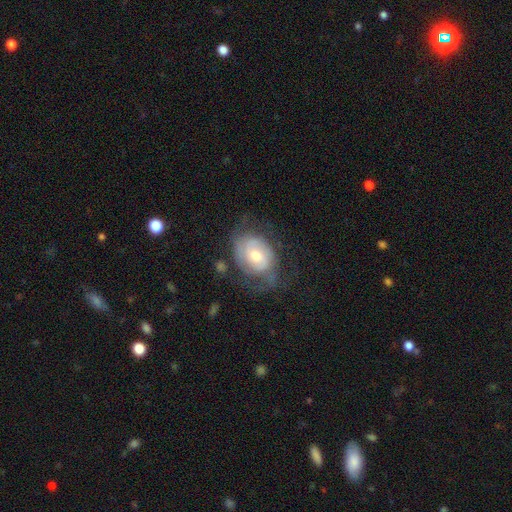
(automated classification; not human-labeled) Morphology: type=featured or disk (67%); edge-on=no (96%); bar=no (60%); spiral arms=yes (81%); winding=tight (50%); arm count=2 (42%); bulge=moderate (61%); merging=none (54%).